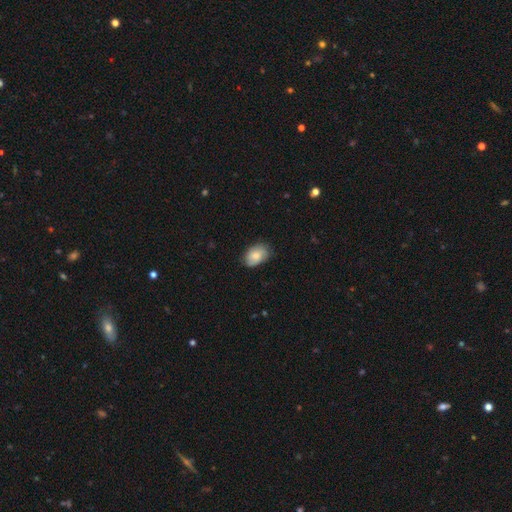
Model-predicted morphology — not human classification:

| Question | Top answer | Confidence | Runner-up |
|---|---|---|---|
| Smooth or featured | smooth | 75% | featured or disk (18%) |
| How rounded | in between | 86% | round (13%) |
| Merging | none | 72% | minor disturbance (22%) |